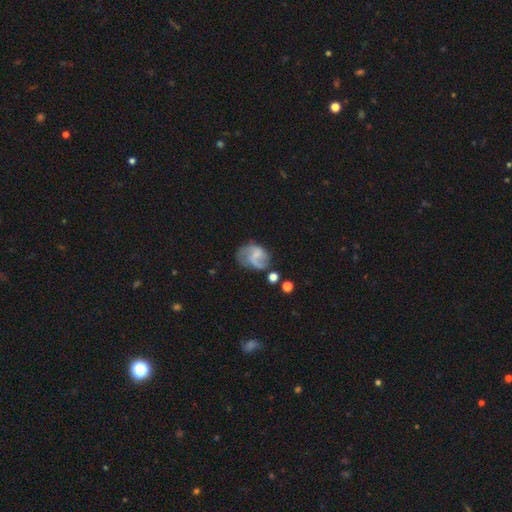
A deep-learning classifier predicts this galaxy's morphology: Smooth or featured: featured or disk — 66% (smooth — 27%)
Edge-on disk: no — 98% (yes — 2%)
Bar: no — 46% (weak — 43%)
Spiral arms: yes — 84% (no — 16%)
Spiral winding: loose — 50% (medium — 37%)
Spiral arm count: 2 — 66% (1 — 18%)
Bulge size: none — 48% (small — 33%)
Merging: none — 44% (minor disturbance — 25%)